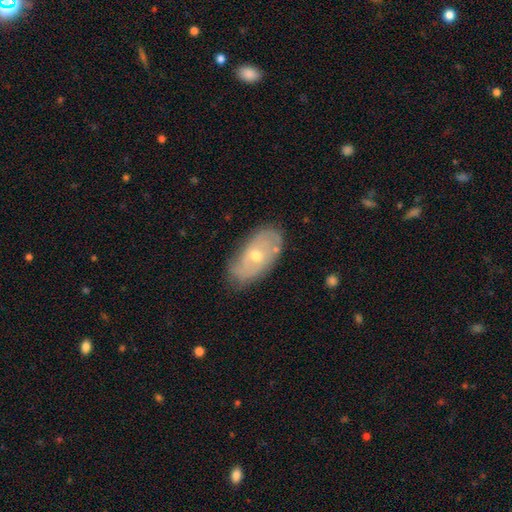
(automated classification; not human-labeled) Smooth or featured? Predicted: featured or disk (p=0.61). Edge-on disk? Predicted: no (p=0.89). Bar? Predicted: no (p=0.76). Spiral arms? Predicted: yes (p=0.63). Bulge size? Predicted: moderate (p=0.53). Merging? Predicted: none (p=0.69).